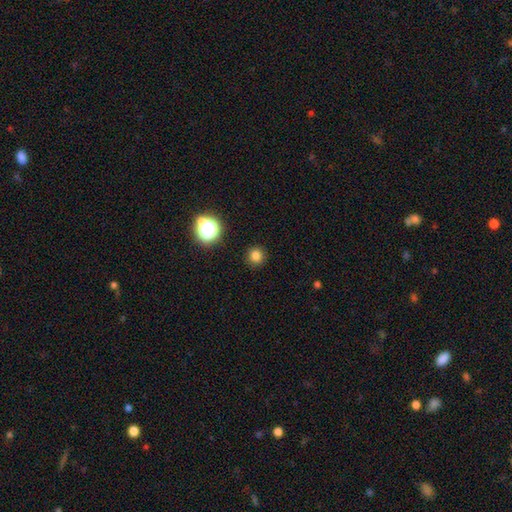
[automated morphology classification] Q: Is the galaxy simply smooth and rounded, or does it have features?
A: smooth — 79%.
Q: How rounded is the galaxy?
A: round — 94%.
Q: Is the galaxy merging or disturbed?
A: none — 91%.